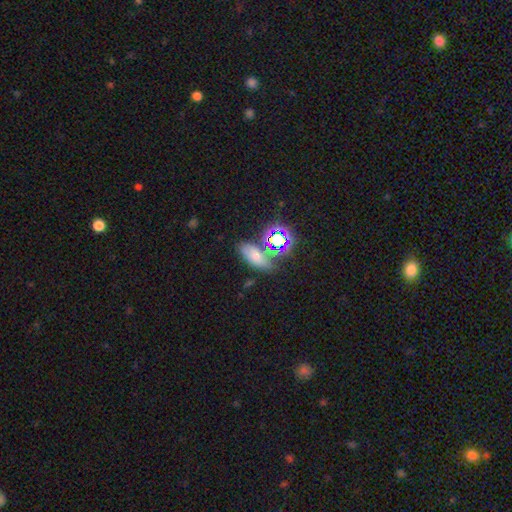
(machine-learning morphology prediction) This is possibly a smooth galaxy (57%). How rounded: clearly in between (82%). Merging: likely none (67%).